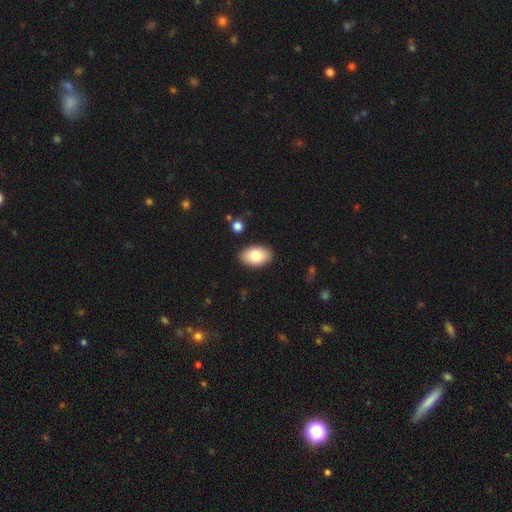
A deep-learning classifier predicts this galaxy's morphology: smooth-or-featured: smooth: 81% | featured or disk: 12% | star or artifact: 6%
  how-rounded: in between: 93% | round: 5% | cigar-shaped: 1%
  merging: none: 88% | minor disturbance: 8% | major disturbance: 2% | merger: 2%